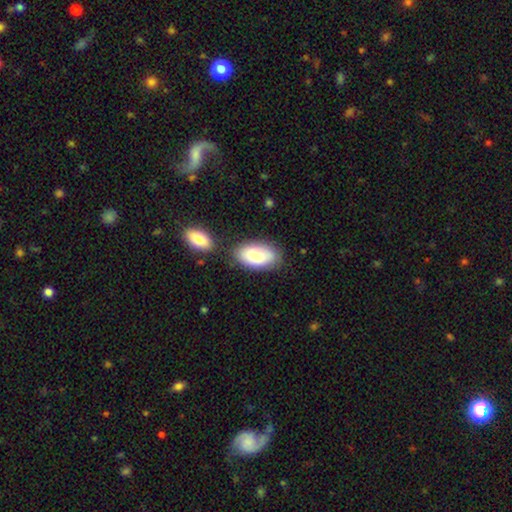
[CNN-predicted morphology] type=smooth (84%); roundness=in between (94%); merging=none (72%).